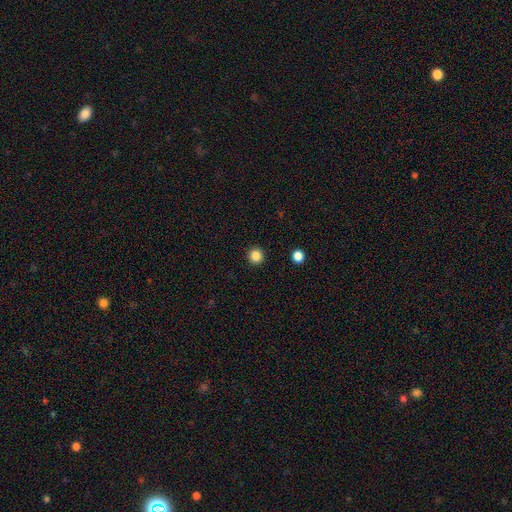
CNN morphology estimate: smooth 85%, star or artifact 12%, featured or disk 3%. Down the decision tree: how rounded — round (95%); merging — none (93%).